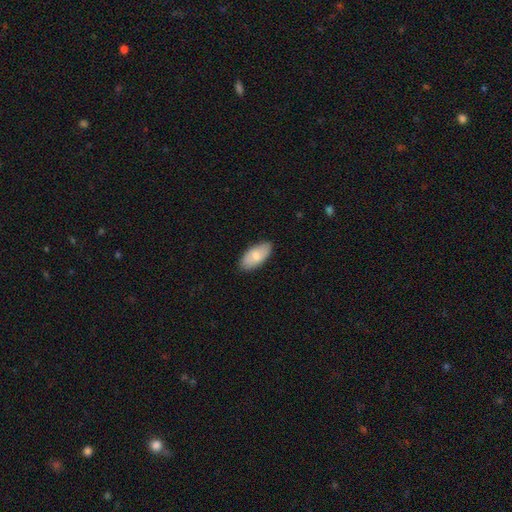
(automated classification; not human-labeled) This appears to be a smooth galaxy with no disk features (73%) that is in between round and cigar-shaped (93%). Merging: none (85%).